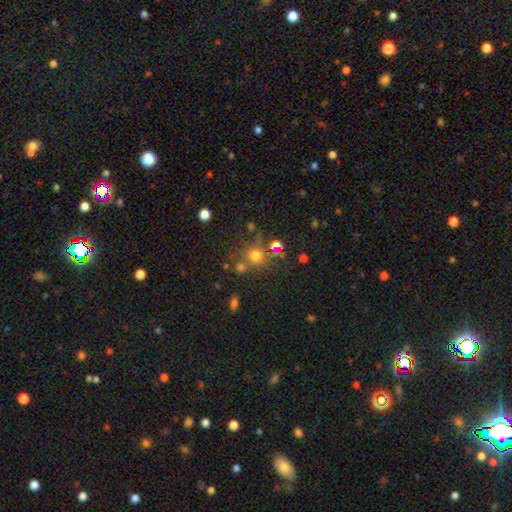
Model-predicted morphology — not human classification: A smooth galaxy with no disk features (67%) that is round (86%). Merging: none (64%).